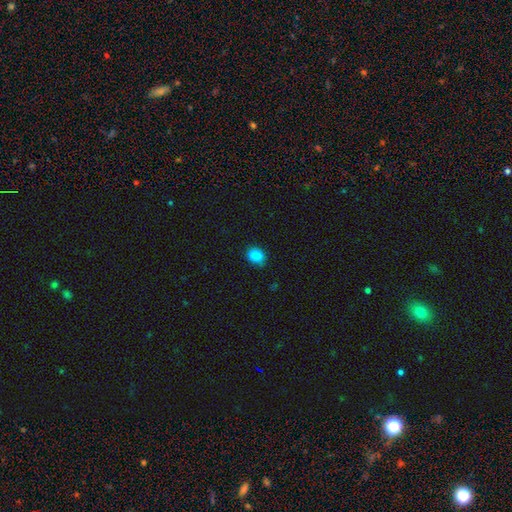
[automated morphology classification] A smooth galaxy with no disk features (86%) that is in between round and cigar-shaped (51%).

Vote fractions:
- Smooth or featured? smooth: 86% / star or artifact: 10% / featured or disk: 3%
- How rounded? in between: 51% / round: 48% / cigar-shaped: 1%
- Merging? none: 80% / minor disturbance: 16% / major disturbance: 3% / merger: 1%